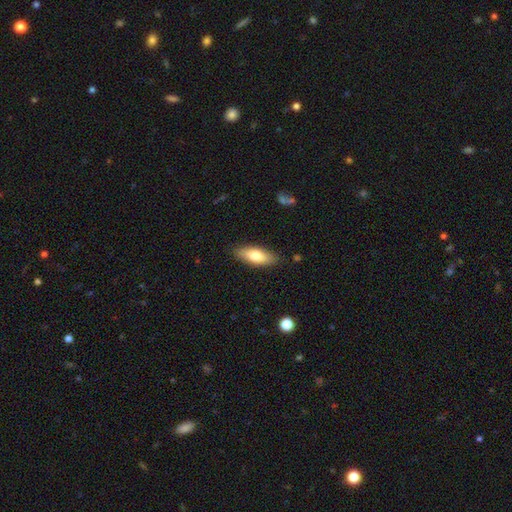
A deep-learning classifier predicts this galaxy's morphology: type=smooth (73%); roundness=in between (69%); merging=none (86%).